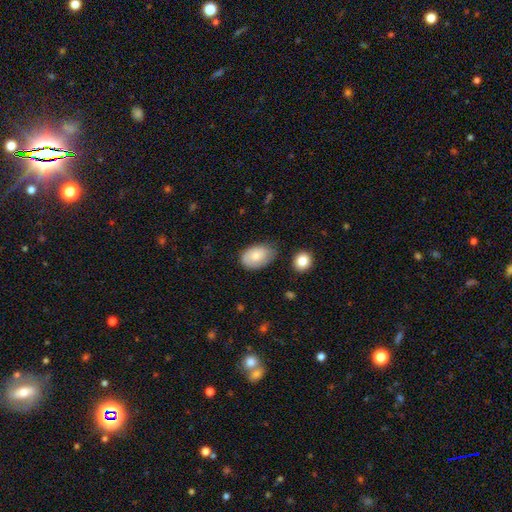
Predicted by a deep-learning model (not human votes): Q: Smooth or featured?
A: smooth (74%); runner-up: featured or disk (19%)
Q: How rounded?
A: in between (89%); runner-up: round (10%)
Q: Merging?
A: none (64%); runner-up: minor disturbance (27%)